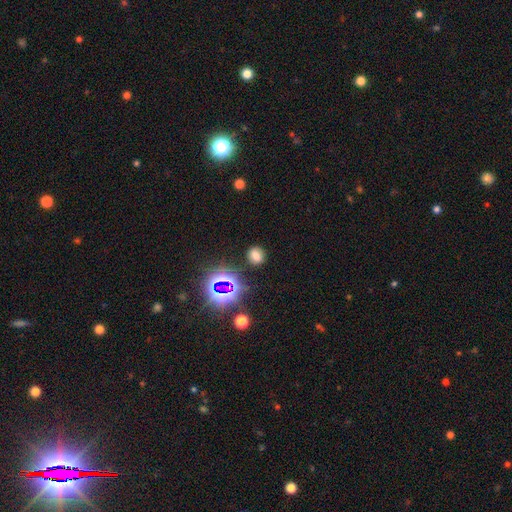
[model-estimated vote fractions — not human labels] smooth-or-featured: smooth: 65% | star or artifact: 25% | featured or disk: 10%
  how-rounded: round: 59% | in between: 40% | cigar-shaped: 1%
  merging: none: 83% | minor disturbance: 10% | major disturbance: 4% | merger: 3%